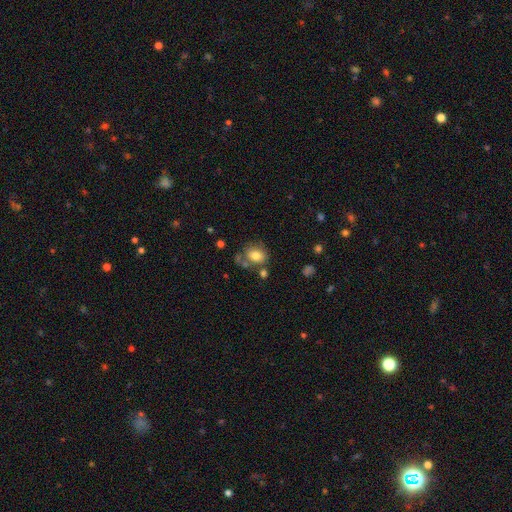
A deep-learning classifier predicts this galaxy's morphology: Q: Smooth or featured?
A: smooth (75%); runner-up: featured or disk (15%)
Q: How rounded?
A: round (52%); runner-up: in between (47%)
Q: Merging?
A: none (56%); runner-up: minor disturbance (19%)